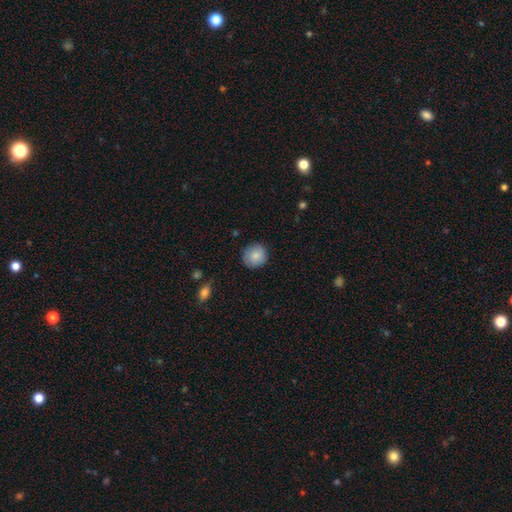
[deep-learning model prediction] A smooth galaxy with no disk features (84%) that is round (92%).

Vote fractions:
- Smooth or featured? smooth: 84% / featured or disk: 9% / star or artifact: 7%
- How rounded? round: 92% / in between: 7% / cigar-shaped: 1%
- Merging? none: 84% / minor disturbance: 12% / major disturbance: 2% / merger: 1%